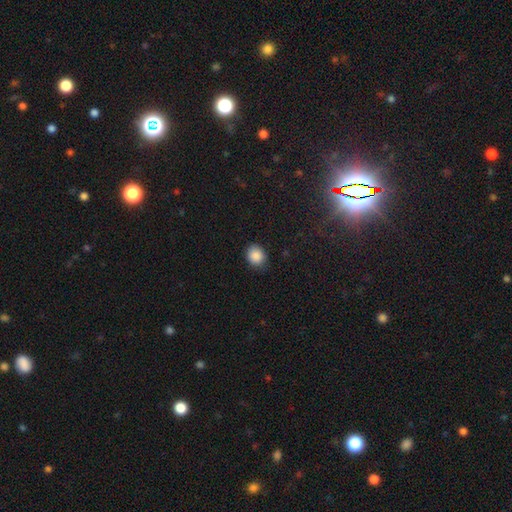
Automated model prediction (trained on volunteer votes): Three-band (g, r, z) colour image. It shows a smooth galaxy with no disk features (88%) that is round (66%). Merging: none (83%).